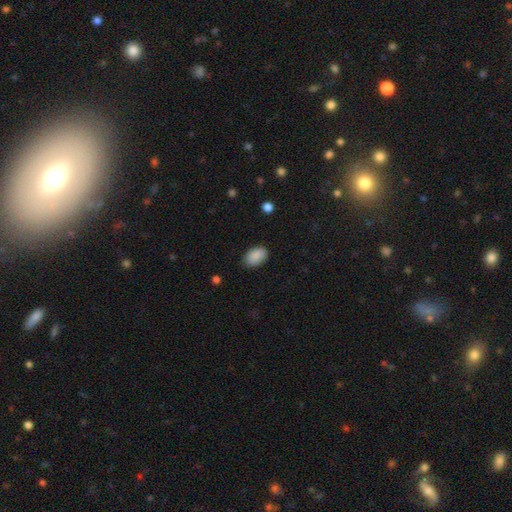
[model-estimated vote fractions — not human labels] Smooth or featured?
  - smooth: 90% *
  - star or artifact: 7%
  - featured or disk: 3%
How rounded?
  - in between: 90% *
  - round: 8%
  - cigar-shaped: 1%
Merging?
  - none: 84% *
  - minor disturbance: 12%
  - major disturbance: 3%
  - merger: 1%